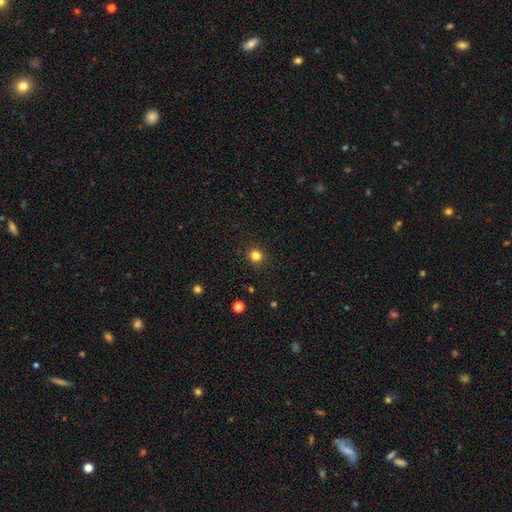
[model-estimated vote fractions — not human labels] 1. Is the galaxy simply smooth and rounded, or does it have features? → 82% smooth, 14% star or artifact, 4% featured or disk.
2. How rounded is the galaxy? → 90% round, 9% in between, 1% cigar-shaped.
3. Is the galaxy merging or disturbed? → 91% none, 6% minor disturbance, 2% major disturbance, 1% merger.